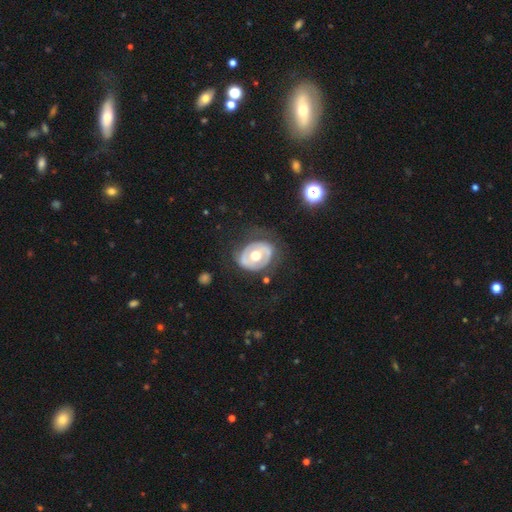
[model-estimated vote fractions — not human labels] smooth_or_featured: featured or disk (p=0.61) [alt: smooth p=0.33]
disk_edge_on: no (p=0.95) [alt: yes p=0.05]
bar: no (p=0.77) [alt: weak p=0.16]
has_spiral_arms: no (p=0.74) [alt: yes p=0.26]
bulge_size: moderate (p=0.72) [alt: large p=0.21]
merging: none (p=0.64) [alt: minor disturbance p=0.21]